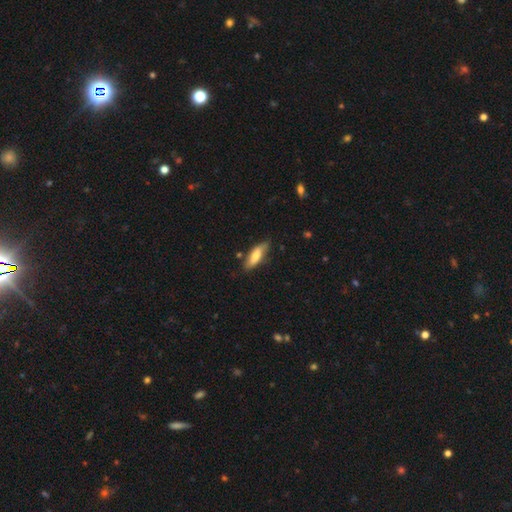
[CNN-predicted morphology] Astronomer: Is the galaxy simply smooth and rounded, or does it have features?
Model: smooth — 67%.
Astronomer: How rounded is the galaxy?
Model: in between — 53% (runner-up: cigar-shaped, 45%).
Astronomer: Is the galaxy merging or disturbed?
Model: none — 75%.